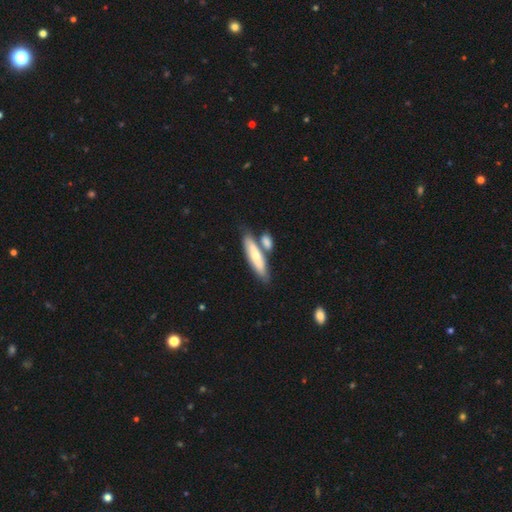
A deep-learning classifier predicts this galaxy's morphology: Smooth or featured? smooth (63%)
How rounded? cigar-shaped (65%)
Merging? none (51%)